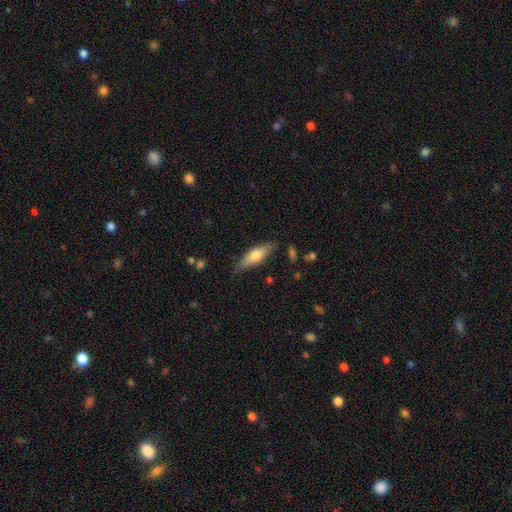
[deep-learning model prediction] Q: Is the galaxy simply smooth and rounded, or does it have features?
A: smooth — 52%.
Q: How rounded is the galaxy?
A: cigar-shaped — 54%.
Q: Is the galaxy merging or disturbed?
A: none — 80%.